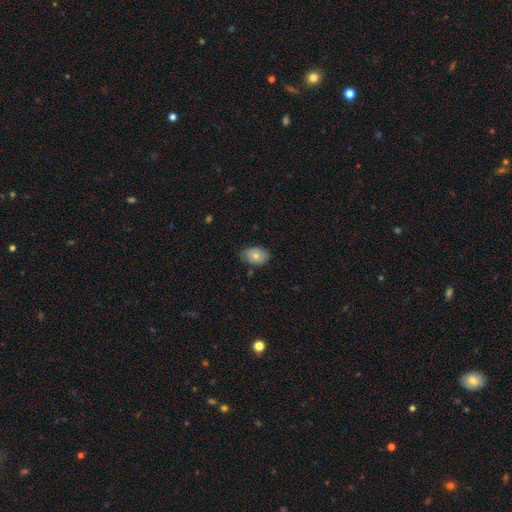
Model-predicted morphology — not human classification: type=smooth (73%); roundness=in between (78%); merging=none (71%).